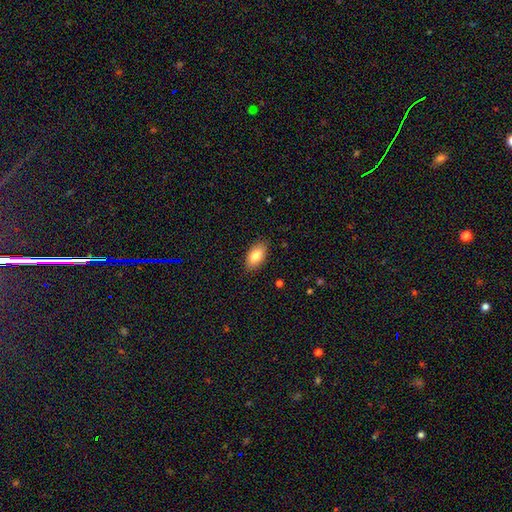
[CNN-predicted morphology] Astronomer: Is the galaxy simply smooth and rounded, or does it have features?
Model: smooth — 81%.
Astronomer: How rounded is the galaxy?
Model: in between — 93%.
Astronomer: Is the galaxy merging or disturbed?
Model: none — 87%.